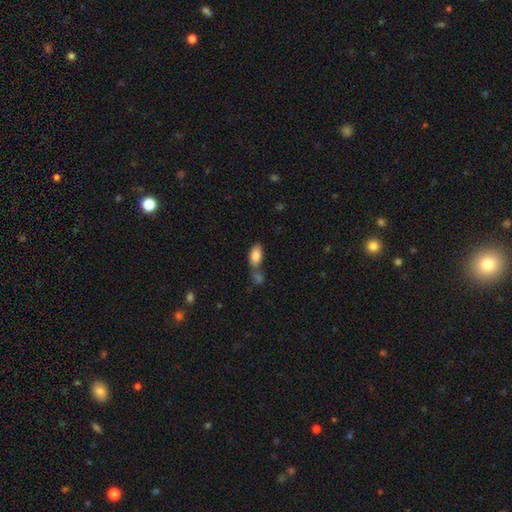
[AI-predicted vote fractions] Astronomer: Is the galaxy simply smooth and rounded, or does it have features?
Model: smooth — 84%.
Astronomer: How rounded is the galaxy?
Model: in between — 92%.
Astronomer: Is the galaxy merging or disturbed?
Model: merger — 44% (runner-up: none, 36%).